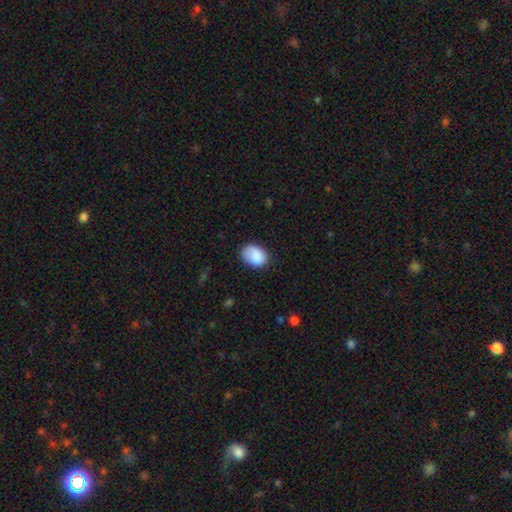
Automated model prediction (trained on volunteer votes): This appears to be a smooth galaxy with no disk features (86%) that is in between round and cigar-shaped (73%). Merging: none (73%).